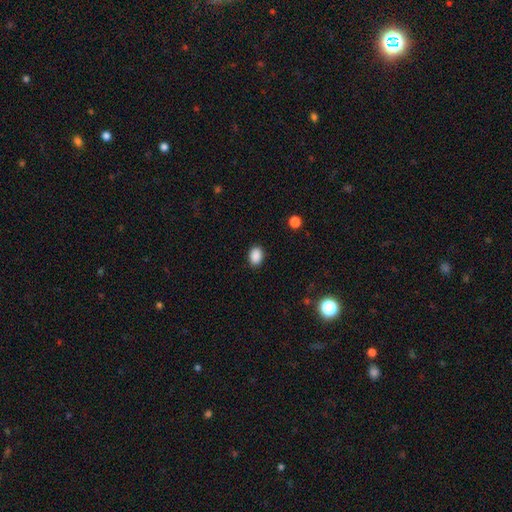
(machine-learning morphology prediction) smooth-or-featured: smooth: 89% | star or artifact: 9% | featured or disk: 2%
  how-rounded: in between: 75% | round: 24% | cigar-shaped: 1%
  merging: none: 88% | minor disturbance: 8% | major disturbance: 2% | merger: 1%